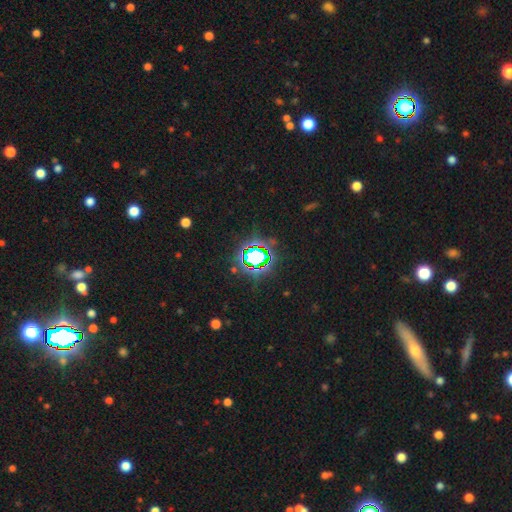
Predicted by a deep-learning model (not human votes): Smooth or featured: star or artifact — 74% (smooth — 16%)